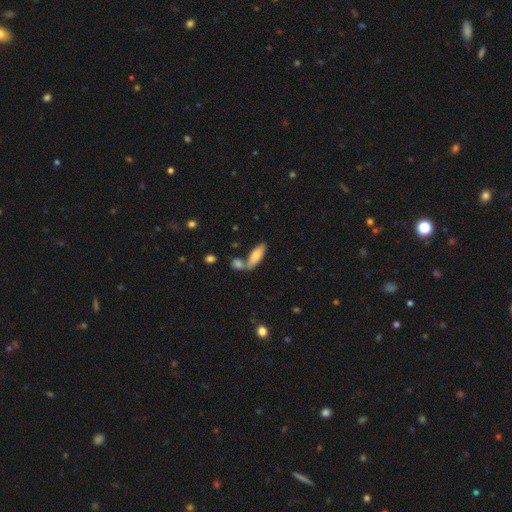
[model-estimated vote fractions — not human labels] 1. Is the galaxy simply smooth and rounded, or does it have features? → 72% smooth, 21% featured or disk, 7% star or artifact.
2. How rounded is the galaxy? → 61% in between, 37% cigar-shaped, 2% round.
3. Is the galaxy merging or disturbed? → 50% none, 34% merger, 12% minor disturbance, 4% major disturbance.